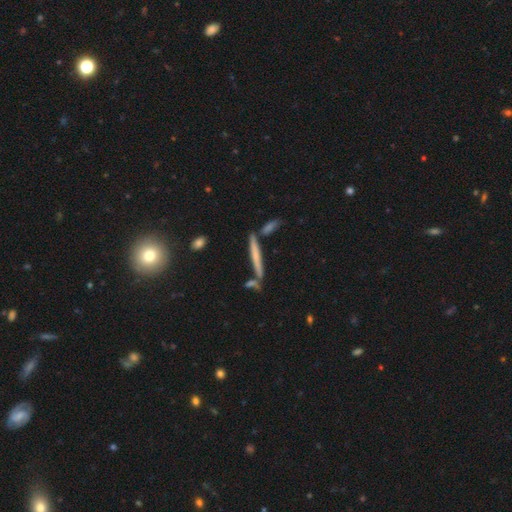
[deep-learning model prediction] This is possibly a smooth galaxy (50%). How rounded: clearly cigar-shaped (95%). Merging: likely none (77%).